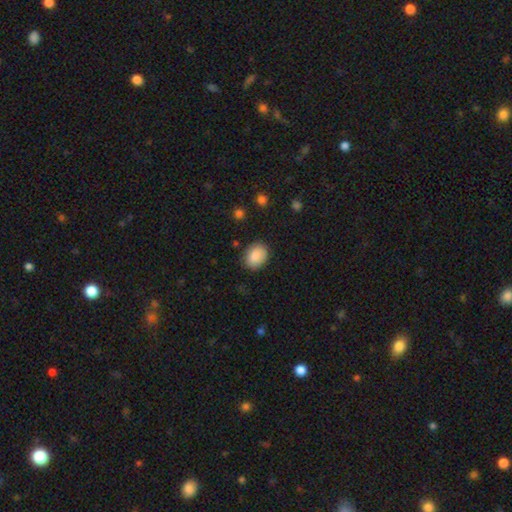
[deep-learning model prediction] smooth-or-featured: smooth: 87% | star or artifact: 7% | featured or disk: 6%
  how-rounded: in between: 59% | round: 40% | cigar-shaped: 1%
  merging: none: 83% | minor disturbance: 13% | major disturbance: 3% | merger: 1%